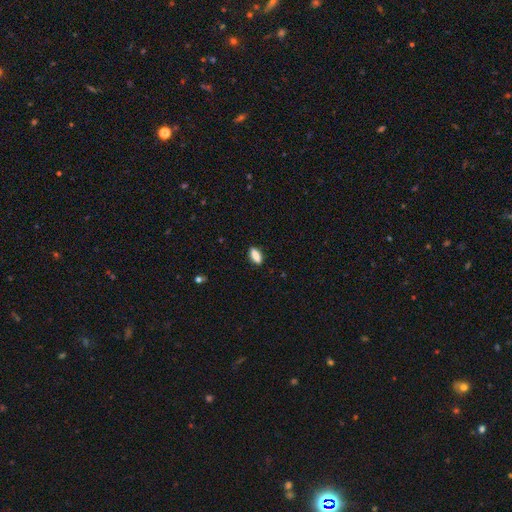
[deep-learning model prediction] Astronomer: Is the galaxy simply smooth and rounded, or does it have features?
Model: smooth — 85%.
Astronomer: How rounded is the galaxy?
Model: in between — 73%.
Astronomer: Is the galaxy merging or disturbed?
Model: none — 87%.